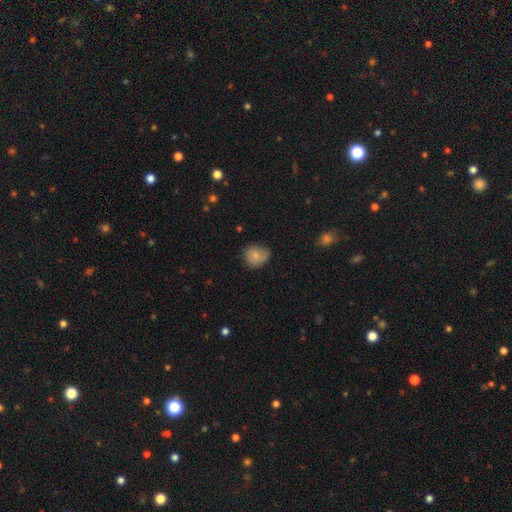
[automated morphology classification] smooth_or_featured: smooth (p=0.77) [alt: featured or disk p=0.15]
how_rounded: round (p=0.73) [alt: in between p=0.26]
merging: none (p=0.62) [alt: minor disturbance p=0.30]